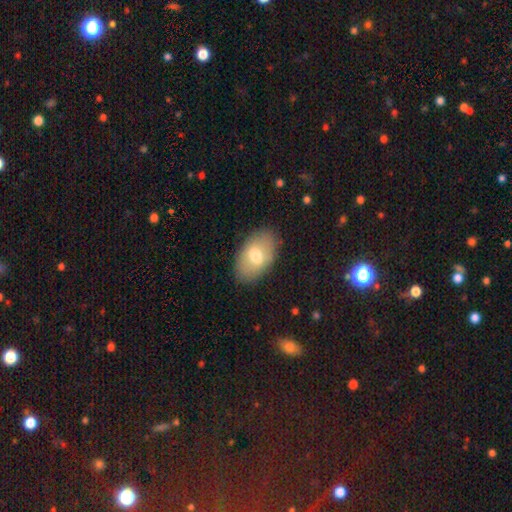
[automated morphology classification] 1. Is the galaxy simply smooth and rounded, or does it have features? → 65% smooth, 28% featured or disk, 7% star or artifact.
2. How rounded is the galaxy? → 92% in between, 7% round, 2% cigar-shaped.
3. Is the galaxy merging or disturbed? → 85% none, 11% minor disturbance, 3% major disturbance, 1% merger.